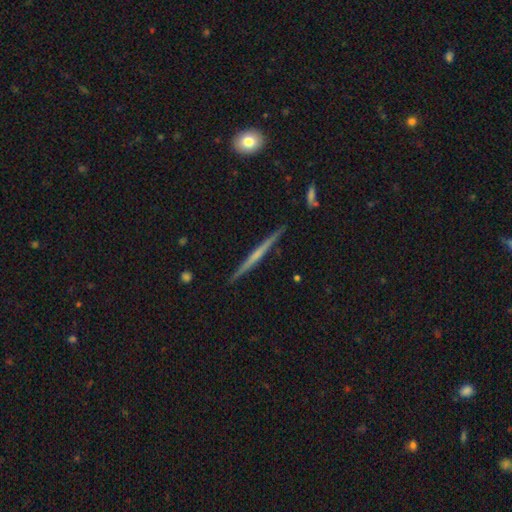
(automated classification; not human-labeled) Smooth or featured? Predicted: featured or disk (p=0.64). Edge-on disk? Predicted: yes (p=0.98). Edge-on bulge? Predicted: none (p=0.70). Merging? Predicted: none (p=0.90).